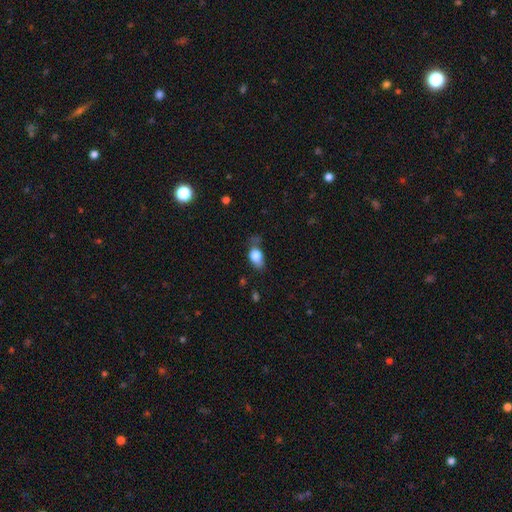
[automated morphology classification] Smooth or featured: smooth — 79% (featured or disk — 12%)
How rounded: in between — 79% (round — 18%)
Merging: none — 43% (minor disturbance — 34%)